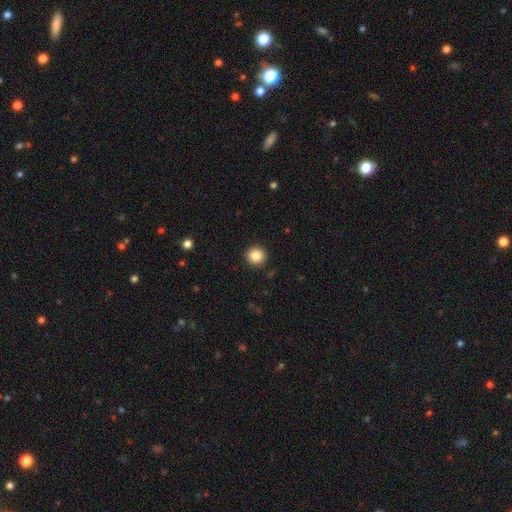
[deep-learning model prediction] A smooth galaxy with no disk features (86%) that is round (93%).

Vote fractions:
- Smooth or featured? smooth: 86% / star or artifact: 10% / featured or disk: 4%
- How rounded? round: 93% / in between: 6% / cigar-shaped: 1%
- Merging? none: 92% / minor disturbance: 5% / major disturbance: 2% / merger: 1%